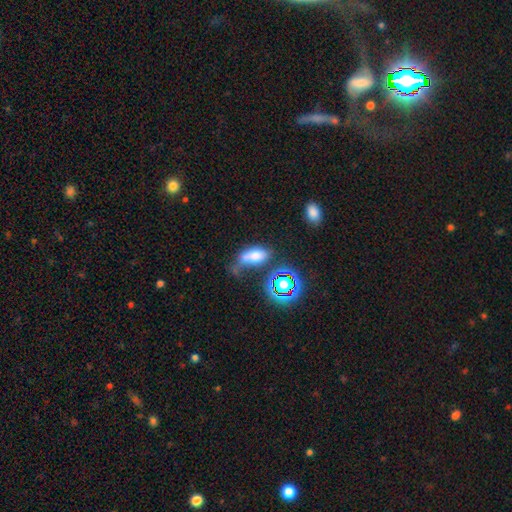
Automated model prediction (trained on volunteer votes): A smooth galaxy with no disk features (64%) that is in between round and cigar-shaped (84%).

Vote fractions:
- Smooth or featured? smooth: 64% / star or artifact: 19% / featured or disk: 16%
- How rounded? in between: 84% / round: 8% / cigar-shaped: 8%
- Merging? none: 32% / minor disturbance: 24% / major disturbance: 23% / merger: 21%